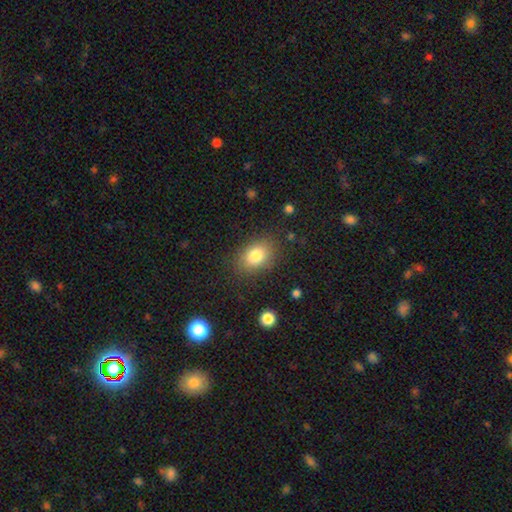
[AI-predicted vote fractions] Smooth or featured? smooth (81%)
How rounded? in between (77%)
Merging? none (82%)